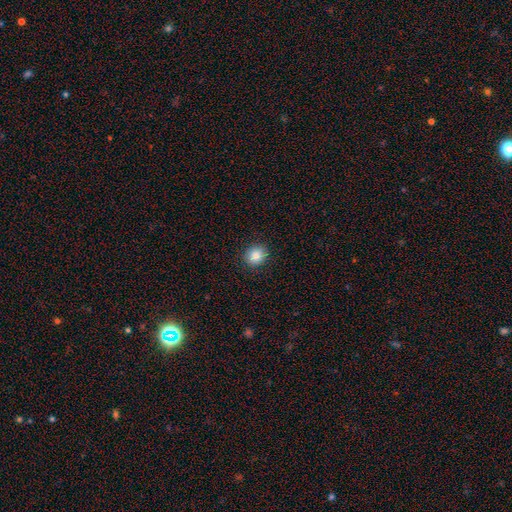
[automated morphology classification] smooth-or-featured: smooth: 85% | star or artifact: 9% | featured or disk: 5%
  how-rounded: round: 76% | in between: 23% | cigar-shaped: 1%
  merging: none: 90% | minor disturbance: 7% | major disturbance: 2% | merger: 1%